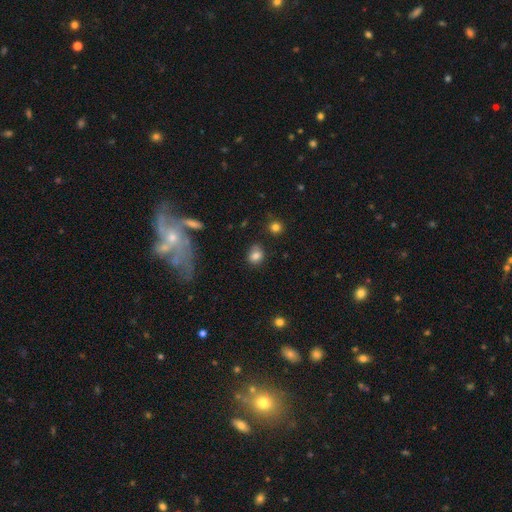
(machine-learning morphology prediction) type=smooth (80%); roundness=round (57%); merging=none (71%).